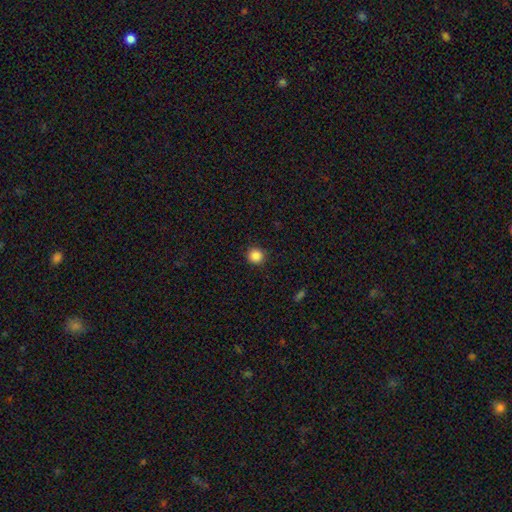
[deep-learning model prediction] Smooth or featured? smooth (86%)
How rounded? round (94%)
Merging? none (91%)